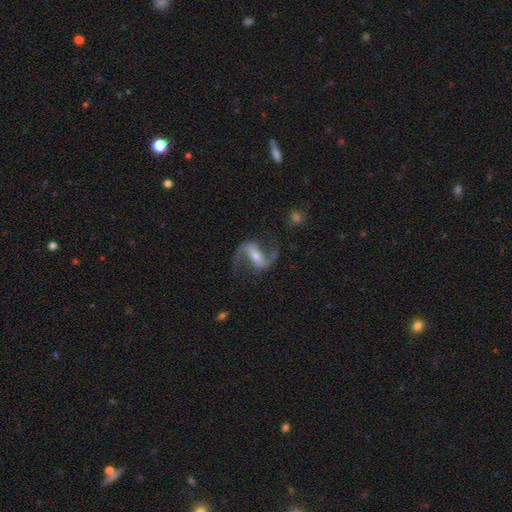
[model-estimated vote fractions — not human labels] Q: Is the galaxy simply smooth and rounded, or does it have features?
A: featured or disk — 90%.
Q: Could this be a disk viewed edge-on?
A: no — 96%.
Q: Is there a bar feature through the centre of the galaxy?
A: strong — 54%.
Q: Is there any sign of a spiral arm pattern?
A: yes — 97%.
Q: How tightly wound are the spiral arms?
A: loose — 59%.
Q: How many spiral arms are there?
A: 2 — 94%.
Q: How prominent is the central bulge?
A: moderate — 51%.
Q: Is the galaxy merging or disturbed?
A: none — 78%.